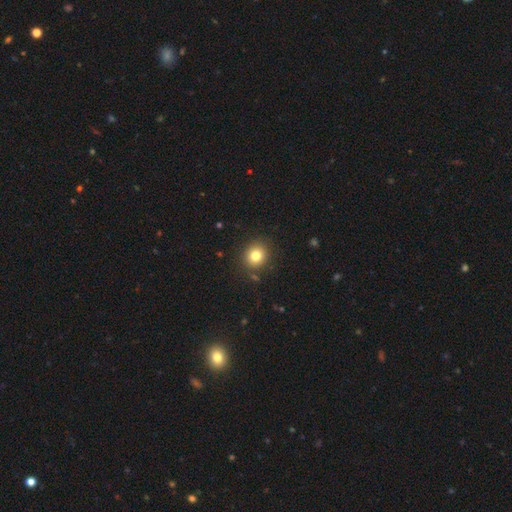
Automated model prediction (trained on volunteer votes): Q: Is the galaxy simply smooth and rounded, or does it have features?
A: smooth — 79%.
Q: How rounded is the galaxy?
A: round — 84%.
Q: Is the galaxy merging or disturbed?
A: none — 87%.